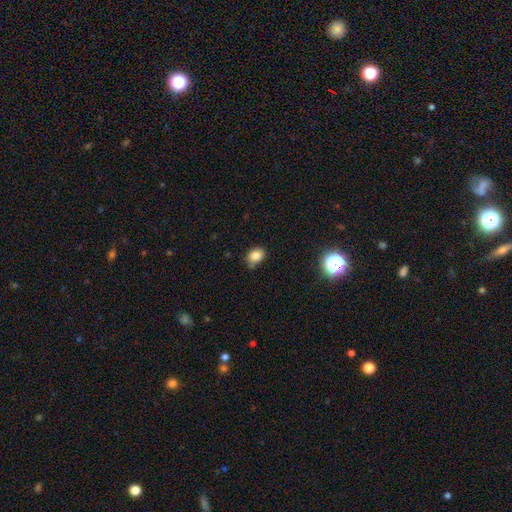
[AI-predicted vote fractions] A smooth galaxy with no disk features (82%) that is in between round and cigar-shaped (58%). Merging: none (70%).